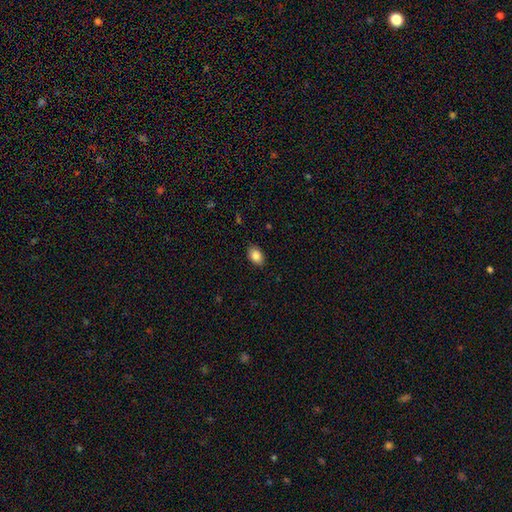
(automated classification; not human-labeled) A smooth galaxy with no disk features (86%) that is in between round and cigar-shaped (83%). Merging: none (87%).